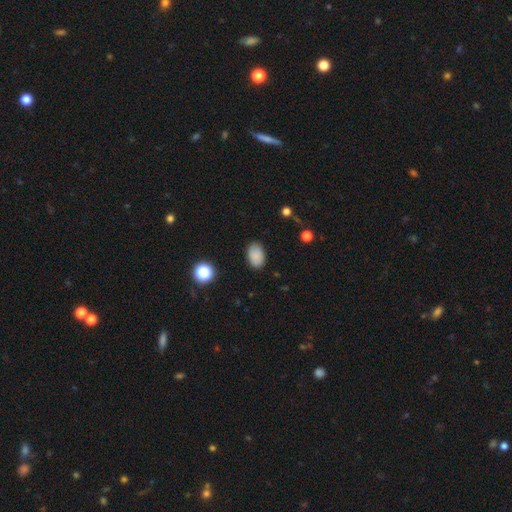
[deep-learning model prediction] A smooth galaxy with no disk features (85%) that is in between round and cigar-shaped (88%).

Vote fractions:
- Smooth or featured? smooth: 85% / star or artifact: 9% / featured or disk: 6%
- How rounded? in between: 88% / round: 11% / cigar-shaped: 1%
- Merging? none: 86% / minor disturbance: 11% / major disturbance: 2% / merger: 1%